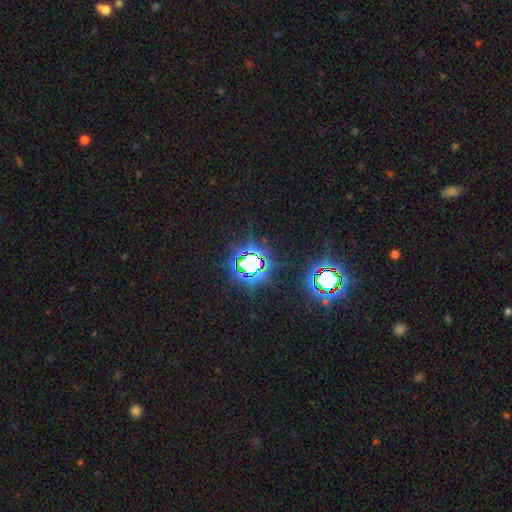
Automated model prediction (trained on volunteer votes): smooth-or-featured: star or artifact: 81% | smooth: 12% | featured or disk: 7%